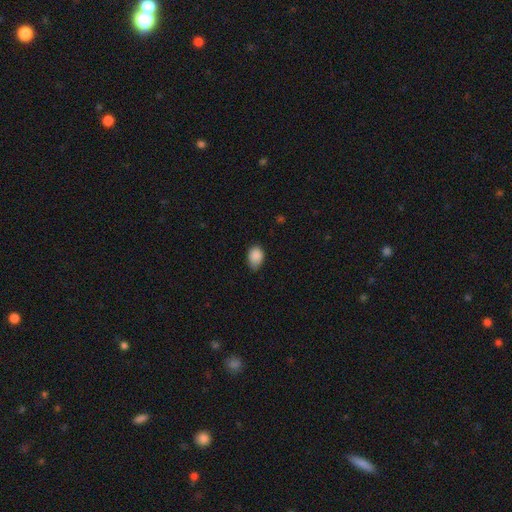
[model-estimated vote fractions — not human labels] A smooth galaxy with no disk features (87%) that is in between round and cigar-shaped (74%).

Vote fractions:
- Smooth or featured? smooth: 87% / star or artifact: 8% / featured or disk: 5%
- How rounded? in between: 74% / round: 25% / cigar-shaped: 1%
- Merging? none: 54% / minor disturbance: 38% / major disturbance: 6% / merger: 1%